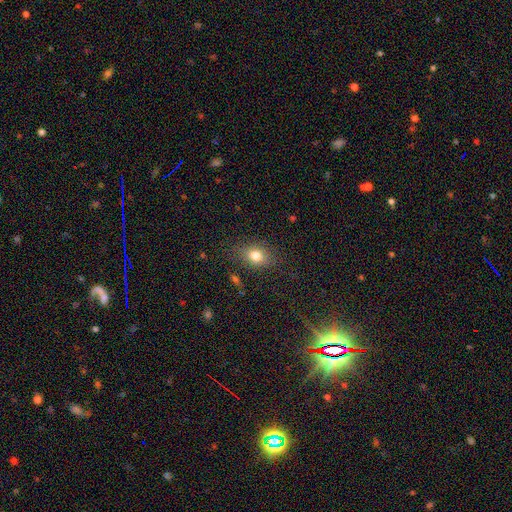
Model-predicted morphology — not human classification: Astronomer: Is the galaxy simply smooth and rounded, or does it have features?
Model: smooth — 78%.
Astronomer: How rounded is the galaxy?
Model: in between — 66%.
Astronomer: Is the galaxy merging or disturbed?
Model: none — 80%.